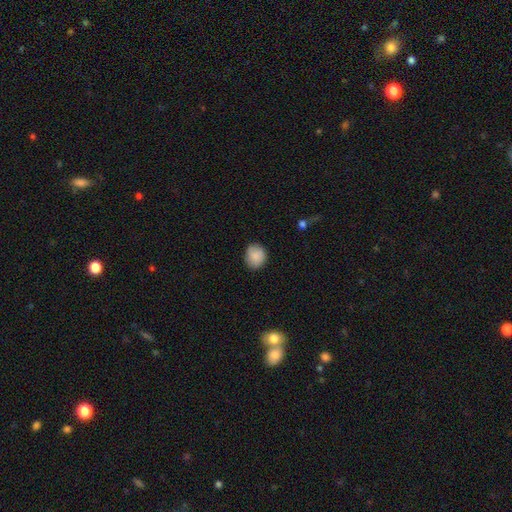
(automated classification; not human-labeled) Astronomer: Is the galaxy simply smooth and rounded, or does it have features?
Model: smooth — 87%.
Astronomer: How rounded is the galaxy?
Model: round — 70%.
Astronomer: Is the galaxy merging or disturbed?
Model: none — 82%.